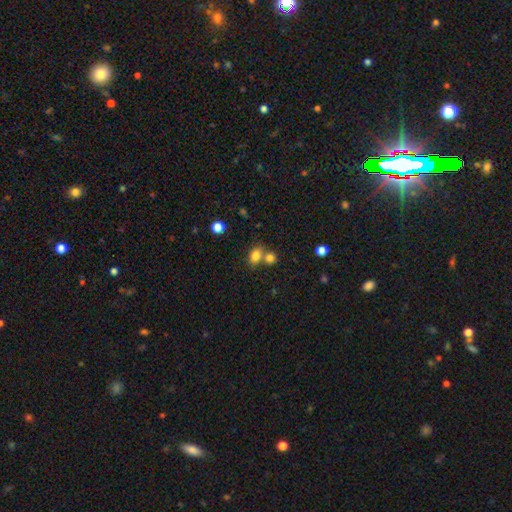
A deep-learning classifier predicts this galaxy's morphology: This appears to be a smooth galaxy with no disk features (81%) that is in between round and cigar-shaped (63%). Merging: none (50%).